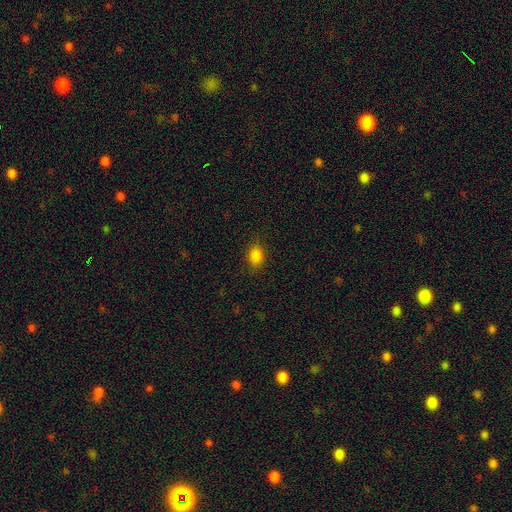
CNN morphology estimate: type=smooth (84%); roundness=in between (69%); merging=none (86%).